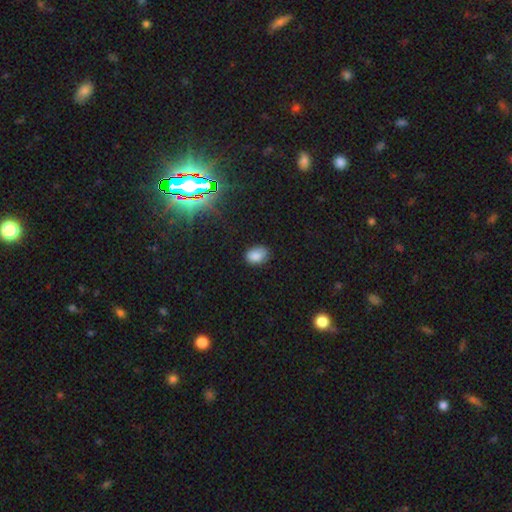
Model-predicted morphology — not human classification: Overall: smooth (84%). How rounded: in between (80%). Merging: none (77%).